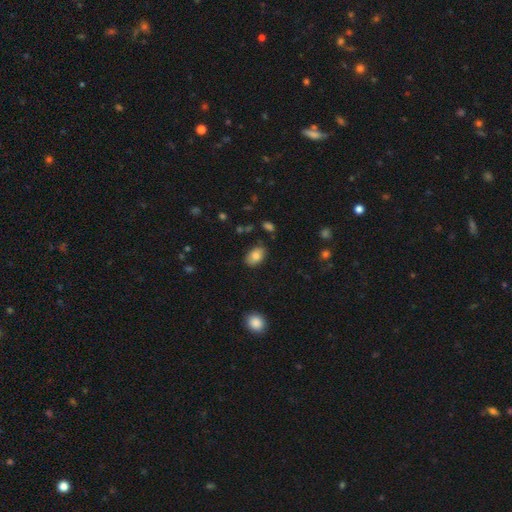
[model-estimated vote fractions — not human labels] The model was most divided on "merging": none: 80%, minor disturbance: 15%, major disturbance: 3%, merger: 2%. More confident: how rounded — in between (87%); smooth or featured — smooth (80%).